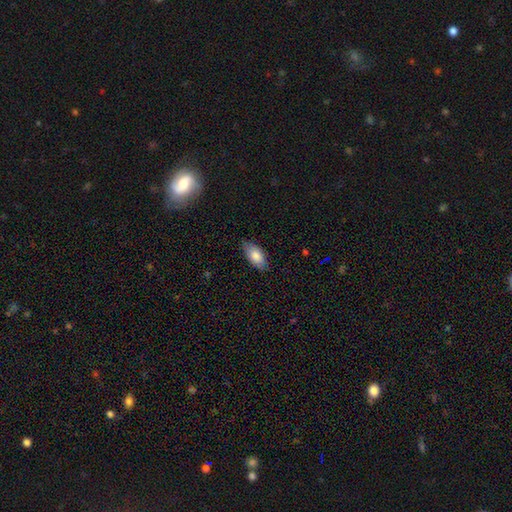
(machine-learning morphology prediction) A smooth galaxy with no disk features (83%) that is in between round and cigar-shaped (90%).

Vote fractions:
- Smooth or featured? smooth: 83% / featured or disk: 10% / star or artifact: 6%
- How rounded? in between: 90% / cigar-shaped: 7% / round: 3%
- Merging? none: 81% / minor disturbance: 15% / major disturbance: 3% / merger: 1%